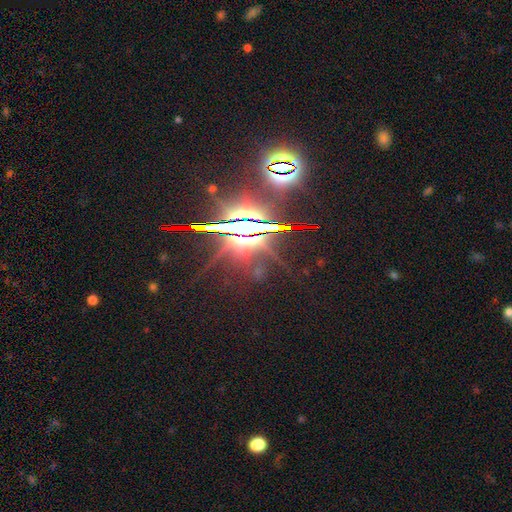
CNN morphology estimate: A star or artifact, not a galaxy (86%).

Vote fractions:
- Smooth or featured? star or artifact: 86% / featured or disk: 8% / smooth: 6%